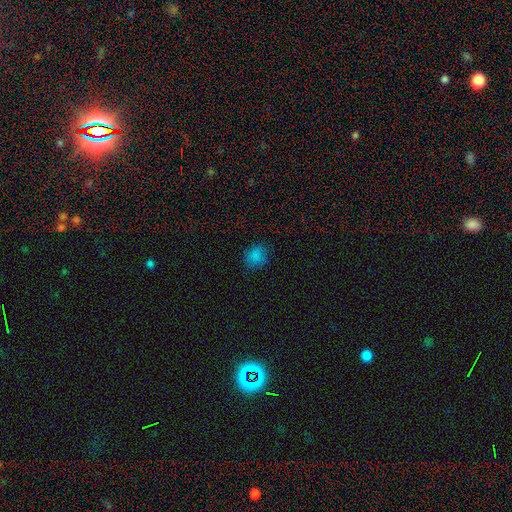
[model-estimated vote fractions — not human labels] Smooth or featured? smooth (82%)
How rounded? round (73%)
Merging? none (83%)